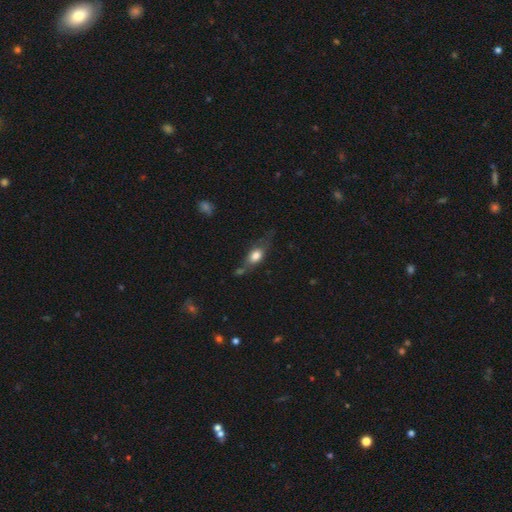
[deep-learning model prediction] Q: Smooth or featured?
A: smooth (68%); runner-up: featured or disk (23%)
Q: How rounded?
A: in between (73%); runner-up: cigar-shaped (17%)
Q: Merging?
A: none (49%); runner-up: minor disturbance (25%)